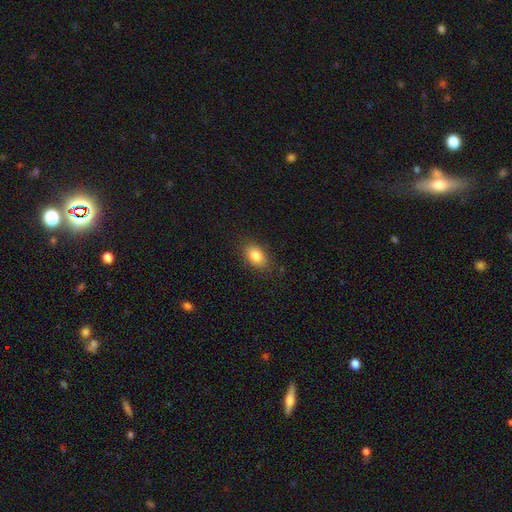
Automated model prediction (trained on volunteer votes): Smooth or featured? smooth (83%)
How rounded? in between (85%)
Merging? none (85%)